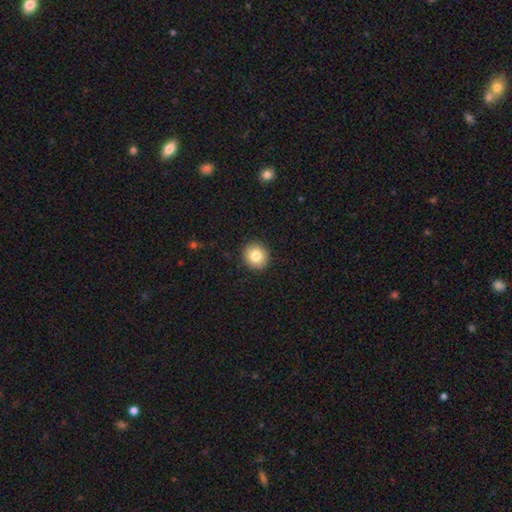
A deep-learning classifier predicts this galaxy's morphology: Smooth or featured? Predicted: smooth (p=0.81). How rounded? Predicted: round (p=0.89). Merging? Predicted: none (p=0.92).